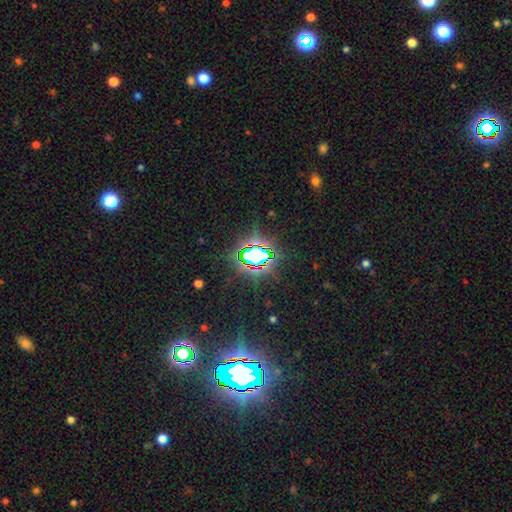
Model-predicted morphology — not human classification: Overall: star or artifact (78%).